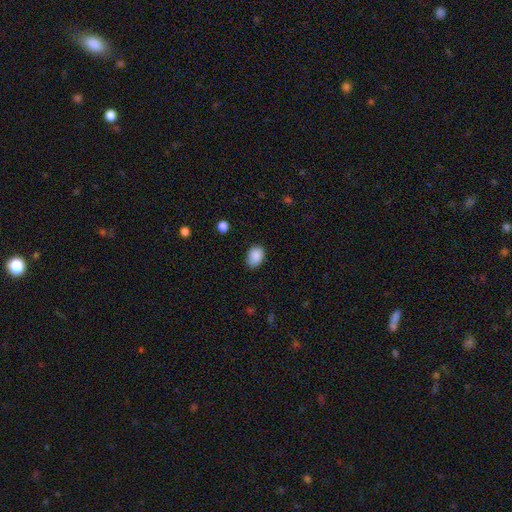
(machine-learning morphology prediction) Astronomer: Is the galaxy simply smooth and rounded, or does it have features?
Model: smooth — 89%.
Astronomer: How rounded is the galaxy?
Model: in between — 75%.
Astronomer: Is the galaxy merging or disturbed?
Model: none — 76%.